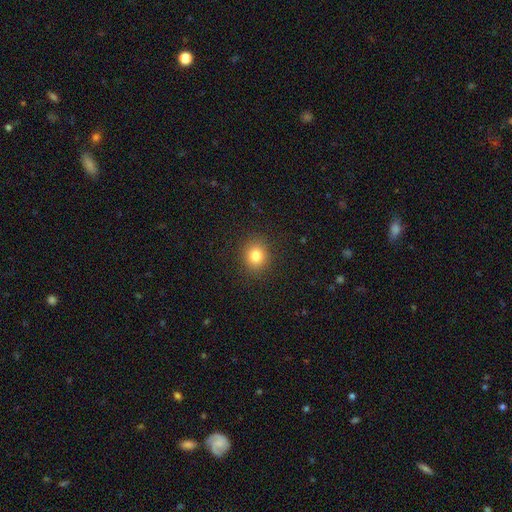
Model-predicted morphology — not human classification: smooth_or_featured: smooth (p=0.81) [alt: star or artifact p=0.12]
how_rounded: round (p=0.78) [alt: in between p=0.21]
merging: none (p=0.90) [alt: minor disturbance p=0.07]